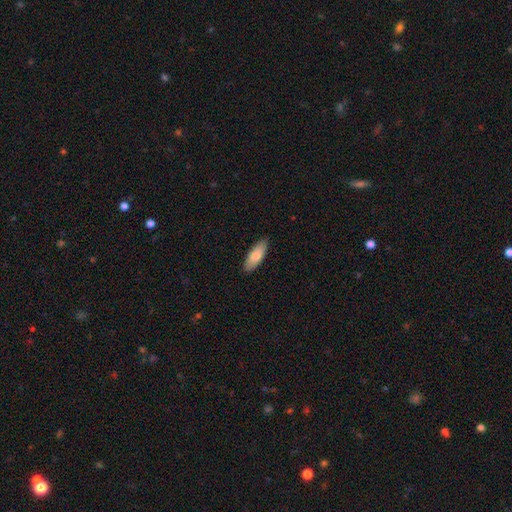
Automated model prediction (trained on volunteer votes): Smooth or featured? Predicted: smooth (p=0.79). How rounded? Predicted: in between (p=0.72). Merging? Predicted: none (p=0.88).